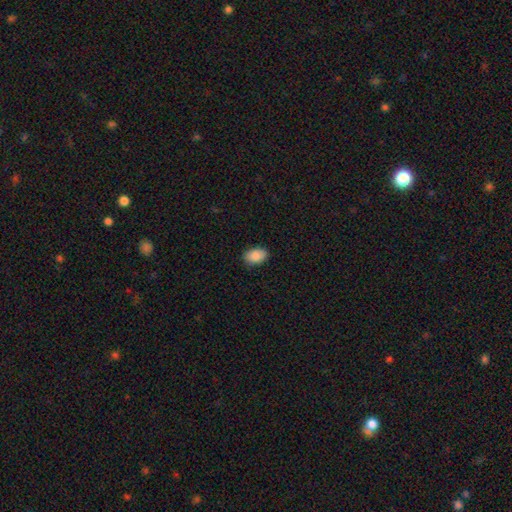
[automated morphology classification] smooth 89%, star or artifact 7%, featured or disk 4%. Down the decision tree: how rounded — in between (88%); merging — none (89%).